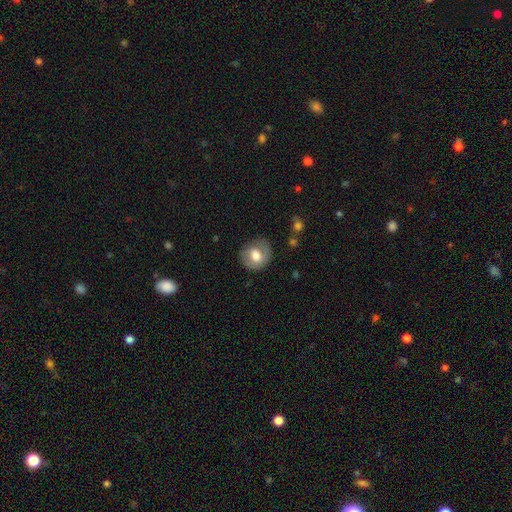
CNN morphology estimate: smooth_or_featured: smooth (p=0.64) [alt: featured or disk p=0.29]
how_rounded: round (p=0.77) [alt: in between p=0.22]
merging: none (p=0.75) [alt: minor disturbance p=0.17]